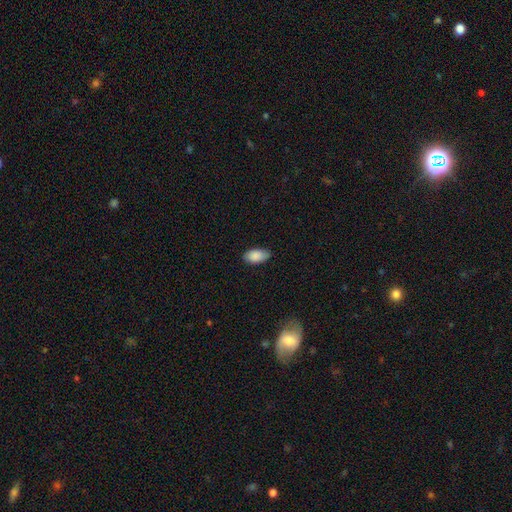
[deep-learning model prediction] Smooth or featured: smooth — 88% (star or artifact — 6%)
How rounded: in between — 94% (cigar-shaped — 3%)
Merging: none — 80% (minor disturbance — 16%)